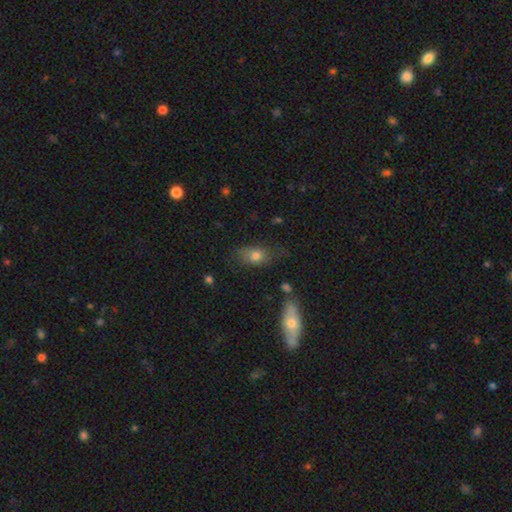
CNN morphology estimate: type=smooth (74%); roundness=in between (79%); merging=none (66%).